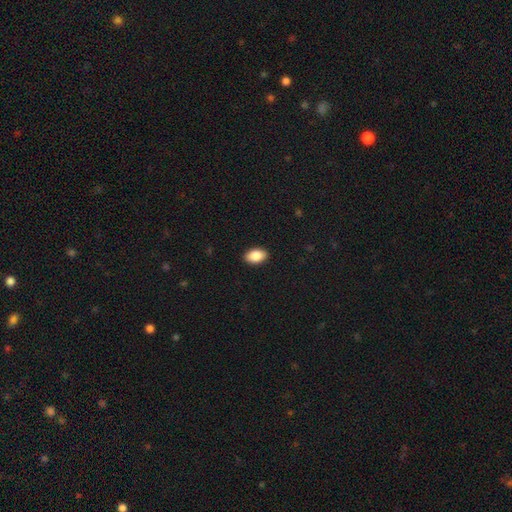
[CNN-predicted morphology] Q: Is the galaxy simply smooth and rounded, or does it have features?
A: smooth — 87%.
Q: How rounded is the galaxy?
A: in between — 92%.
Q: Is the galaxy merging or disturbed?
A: none — 91%.